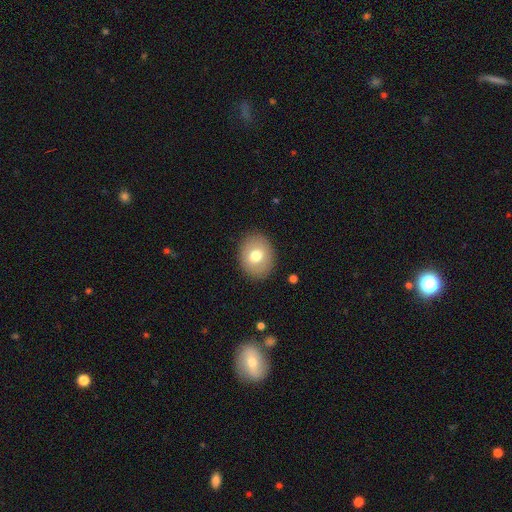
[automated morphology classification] Smooth or featured? Predicted: smooth (p=0.73). How rounded? Predicted: in between (p=0.50). Merging? Predicted: none (p=0.89).